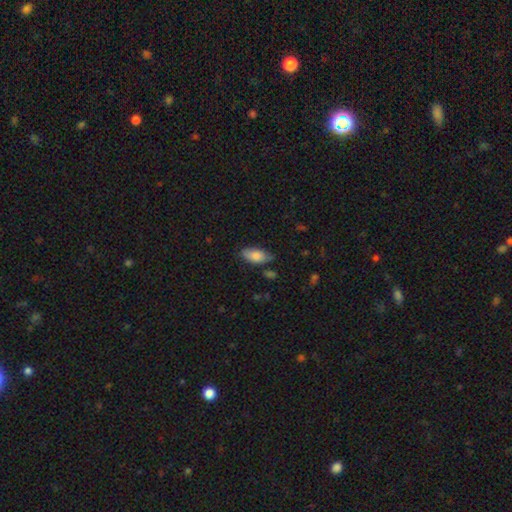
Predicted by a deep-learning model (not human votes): This is clearly a smooth galaxy (81%). How rounded: clearly in between (89%). Merging: likely none (68%).